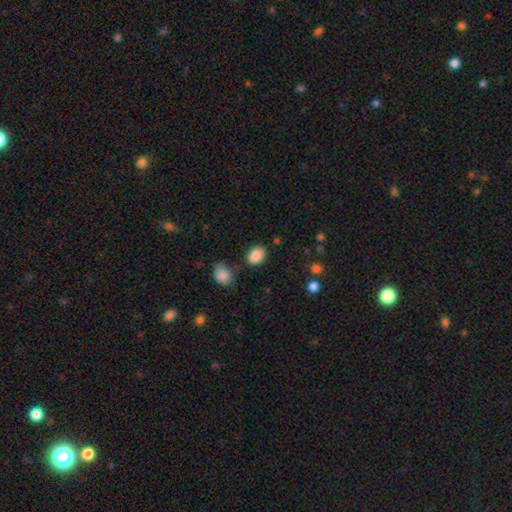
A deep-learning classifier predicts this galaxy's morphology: Overall: smooth (87%). How rounded: in between (65%; round 34%). Merging: none (77%).